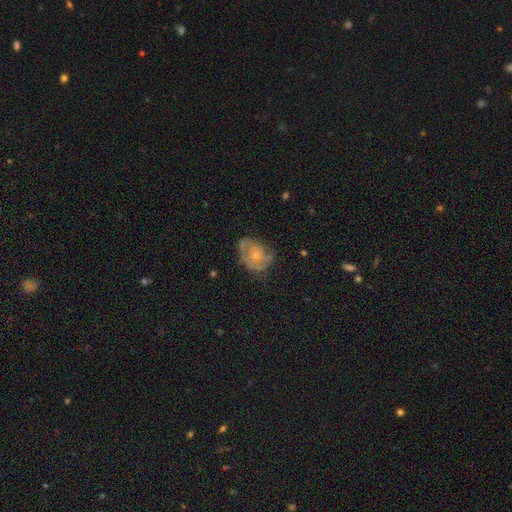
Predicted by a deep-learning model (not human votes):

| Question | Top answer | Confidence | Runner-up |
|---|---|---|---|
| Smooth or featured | featured or disk | 57% | smooth (36%) |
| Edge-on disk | no | 97% | yes (3%) |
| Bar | no | 85% | weak (13%) |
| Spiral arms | yes | 60% | no (40%) |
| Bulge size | small | 59% | moderate (31%) |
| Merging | none | 51% | minor disturbance (29%) |